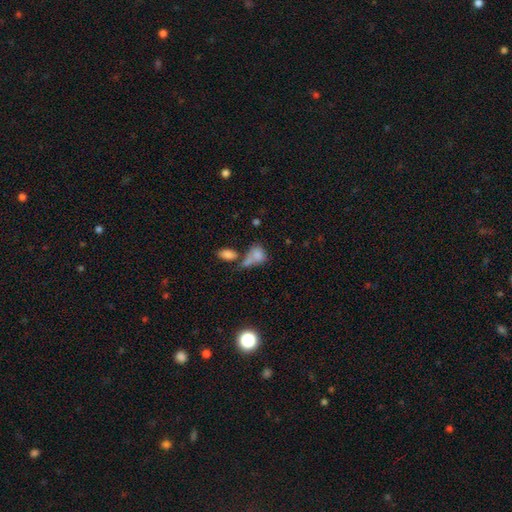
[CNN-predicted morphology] smooth-or-featured: smooth: 79% | featured or disk: 11% | star or artifact: 9%
  how-rounded: in between: 71% | round: 26% | cigar-shaped: 3%
  merging: merger: 48% | none: 29% | minor disturbance: 13% | major disturbance: 10%